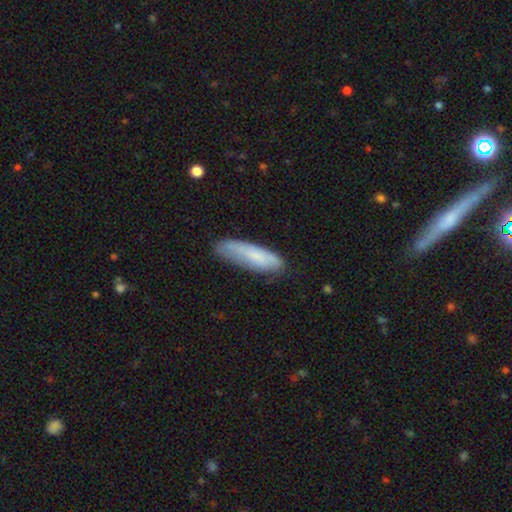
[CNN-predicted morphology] This is likely a smooth galaxy (71%). How rounded: likely cigar-shaped (62%). Merging: likely none (63%).